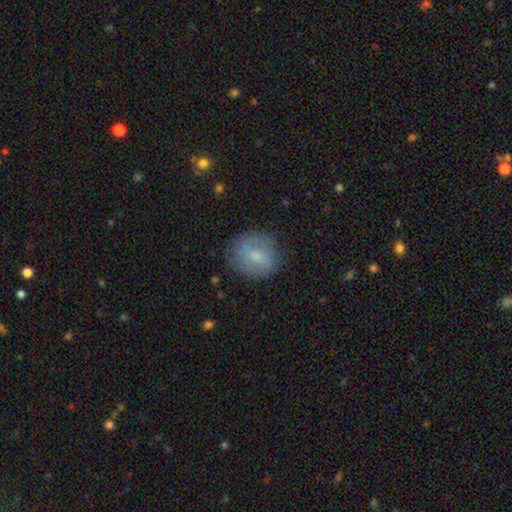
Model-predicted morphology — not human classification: A smooth galaxy with no disk features (63%) that is round (79%). Merging: none (79%).